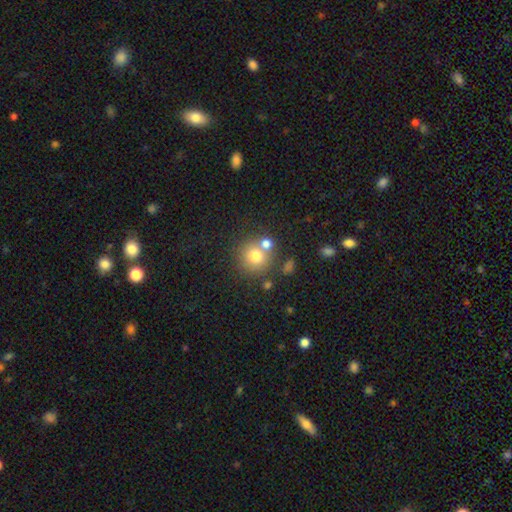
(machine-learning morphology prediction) smooth-or-featured: smooth: 74% | featured or disk: 13% | star or artifact: 13%
  how-rounded: round: 90% | in between: 9% | cigar-shaped: 1%
  merging: none: 61% | merger: 26% | minor disturbance: 9% | major disturbance: 4%